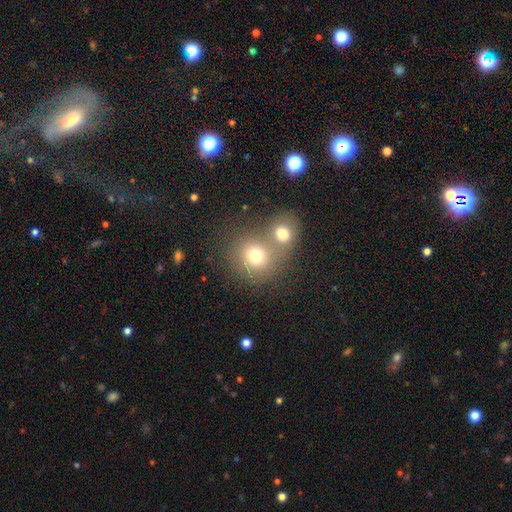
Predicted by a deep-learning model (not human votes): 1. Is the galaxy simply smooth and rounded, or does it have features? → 73% smooth, 15% featured or disk, 13% star or artifact.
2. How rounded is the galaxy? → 81% round, 18% in between, 1% cigar-shaped.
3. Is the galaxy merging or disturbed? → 54% merger, 36% none, 7% minor disturbance, 4% major disturbance.